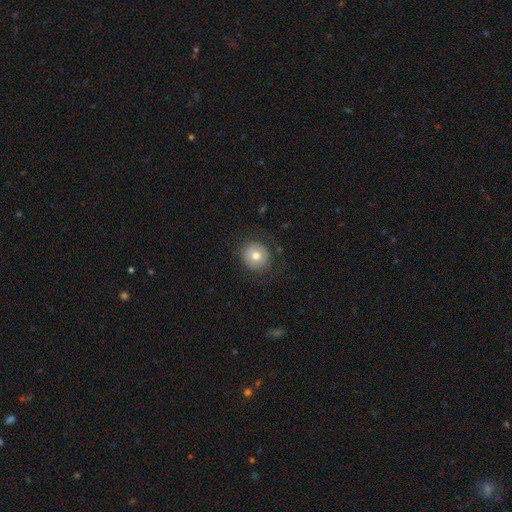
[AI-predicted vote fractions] This is likely a smooth galaxy (72%). How rounded: clearly round (90%). Merging: clearly none (83%).